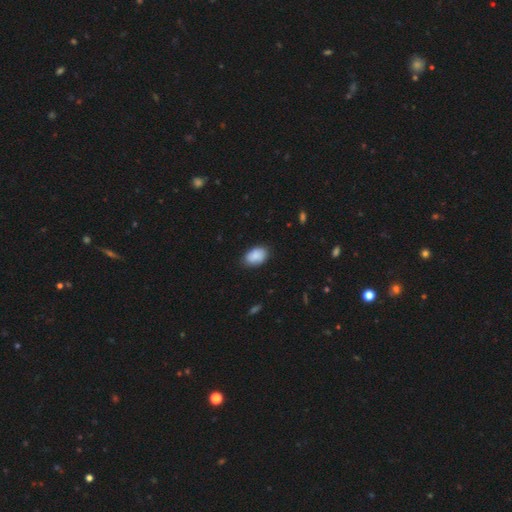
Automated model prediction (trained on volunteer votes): smooth 87%, star or artifact 6%, featured or disk 6%. Down the decision tree: how rounded — in between (89%); merging — none (81%).